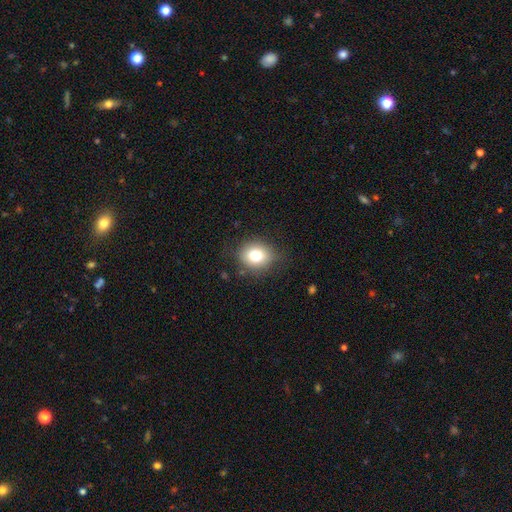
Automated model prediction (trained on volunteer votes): Smooth or featured? Predicted: smooth (p=0.77). How rounded? Predicted: round (p=0.75). Merging? Predicted: none (p=0.82).